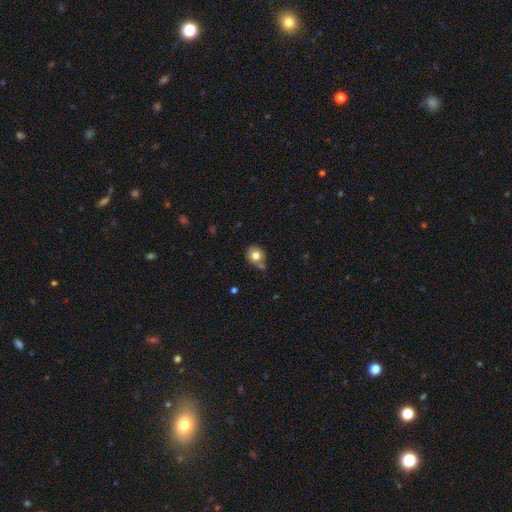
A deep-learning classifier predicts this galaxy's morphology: Overall: smooth (78%). How rounded: round (74%). Merging: none (63%).